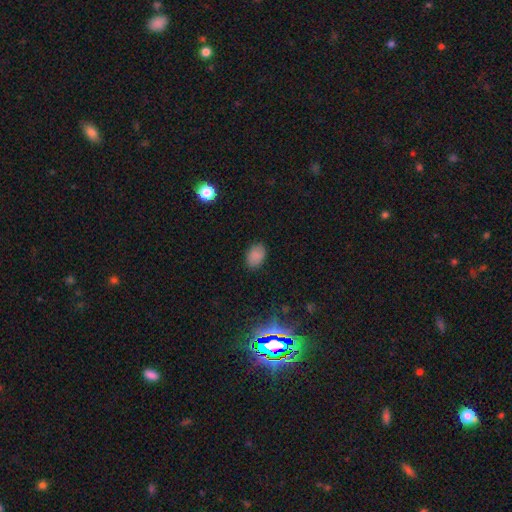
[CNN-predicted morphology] The model was most divided on "how rounded": in between: 84%, round: 15%, cigar-shaped: 1%. More confident: smooth or featured — smooth (84%); merging — none (84%).